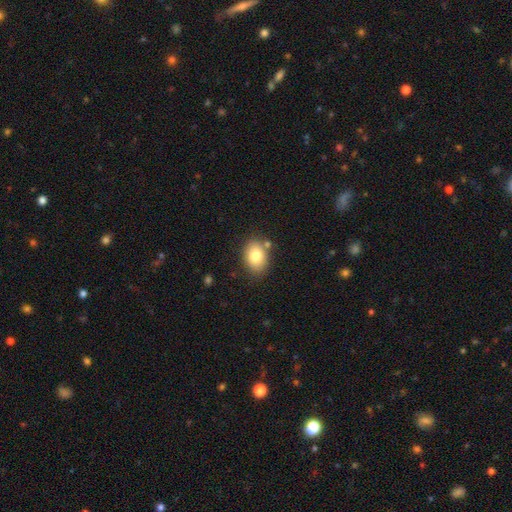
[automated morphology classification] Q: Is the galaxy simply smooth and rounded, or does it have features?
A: smooth — 81%.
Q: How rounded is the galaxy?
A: in between — 77%.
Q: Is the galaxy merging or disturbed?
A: none — 77%.